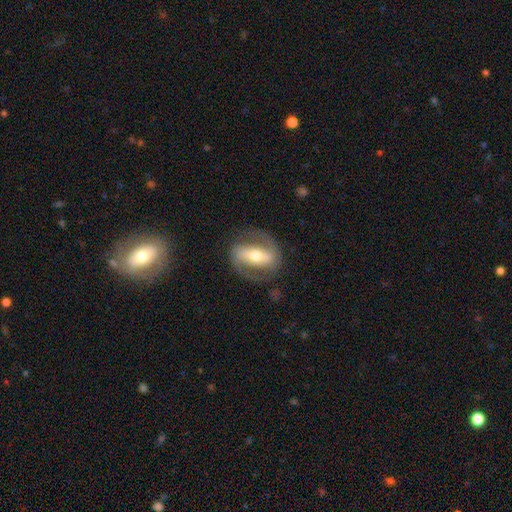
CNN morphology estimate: Q: Smooth or featured?
A: featured or disk (81%); runner-up: smooth (14%)
Q: Edge-on disk?
A: no (94%); runner-up: yes (6%)
Q: Bar?
A: strong (61%); runner-up: weak (24%)
Q: Spiral arms?
A: yes (88%); runner-up: no (12%)
Q: Spiral winding?
A: medium (49%); runner-up: tight (29%)
Q: Spiral arm count?
A: 2 (89%); runner-up: can't tell (5%)
Q: Bulge size?
A: moderate (60%); runner-up: small (30%)
Q: Merging?
A: none (78%); runner-up: minor disturbance (13%)